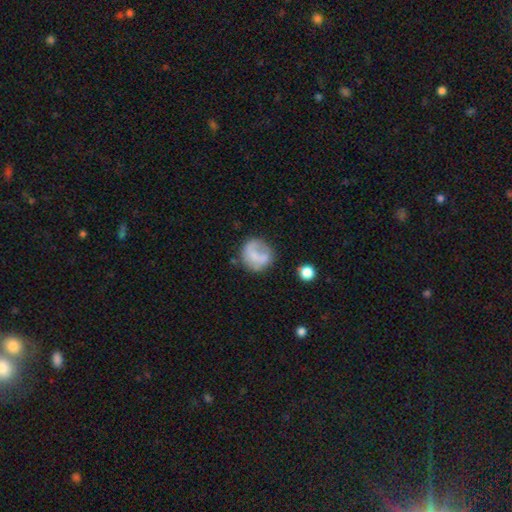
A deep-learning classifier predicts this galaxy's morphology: This appears to be a smooth galaxy with no disk features (66%) that is round (86%). Merging: none (54%).